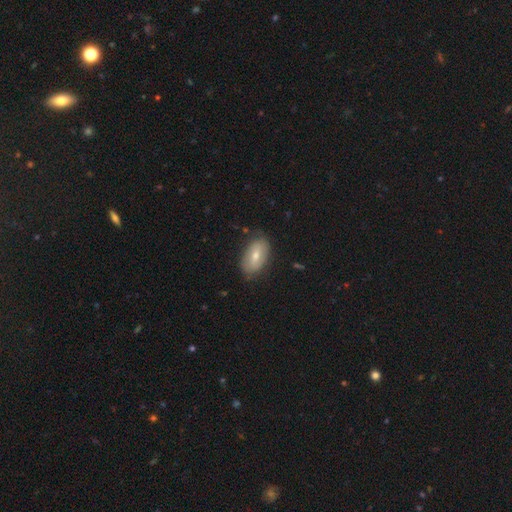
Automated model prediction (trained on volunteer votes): Morphology: type=smooth (62%); roundness=in between (92%); merging=none (78%).